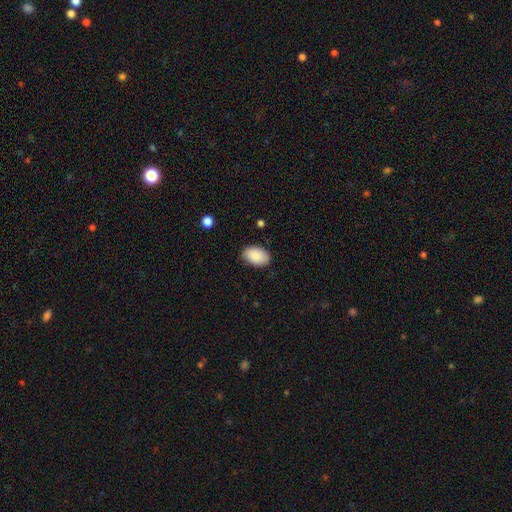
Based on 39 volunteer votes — This is clearly a smooth galaxy (85%). How rounded: clearly in between (94%). Merging: clearly none (80%).